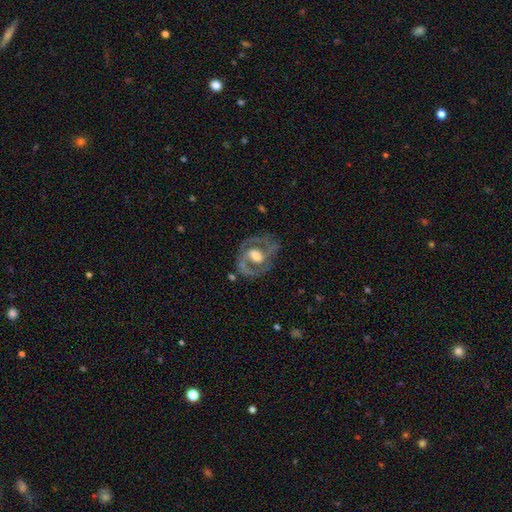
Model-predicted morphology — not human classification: type=featured or disk (75%); edge-on=no (96%); bar=no (52%); spiral arms=yes (60%); bulge=moderate (47%); merging=none (66%).